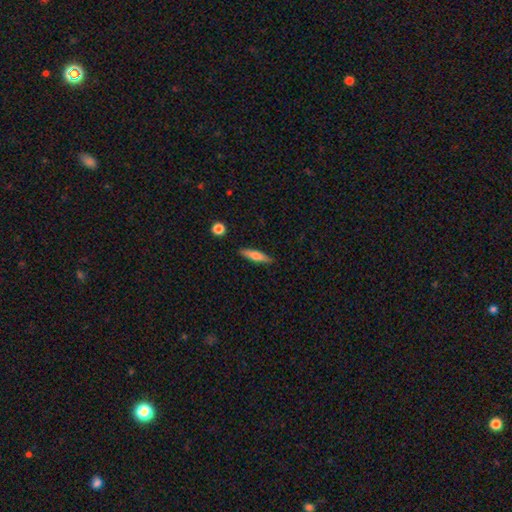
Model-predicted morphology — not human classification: Smooth or featured? Predicted: smooth (p=0.64). How rounded? Predicted: cigar-shaped (p=0.77). Merging? Predicted: none (p=0.88).